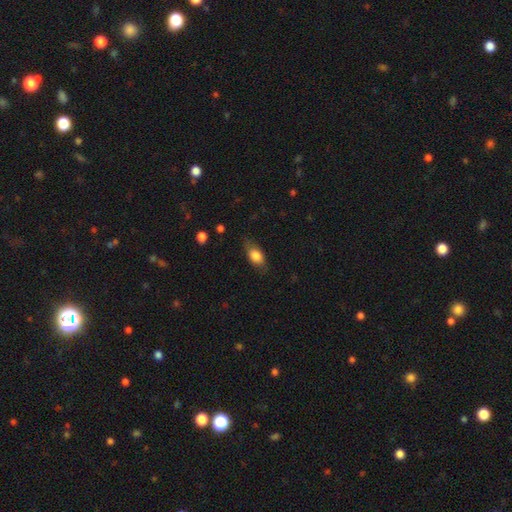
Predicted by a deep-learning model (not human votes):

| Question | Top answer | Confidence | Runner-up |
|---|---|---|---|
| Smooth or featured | smooth | 76% | featured or disk (16%) |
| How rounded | in between | 81% | cigar-shaped (9%) |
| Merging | none | 73% | minor disturbance (20%) |